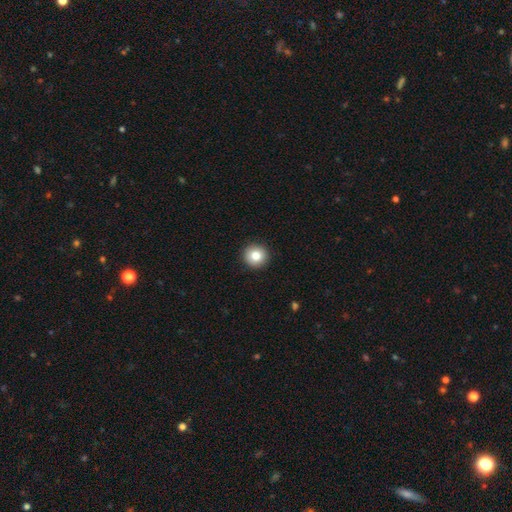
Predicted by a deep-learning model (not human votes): Smooth or featured: smooth — 81% (star or artifact — 10%)
How rounded: round — 96% (in between — 3%)
Merging: none — 93% (minor disturbance — 5%)